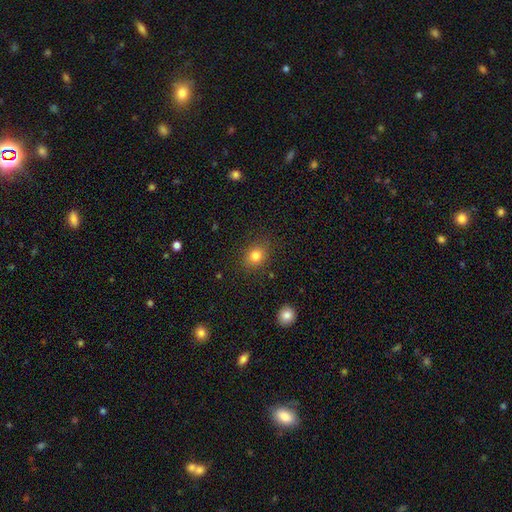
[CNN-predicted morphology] A smooth galaxy with no disk features (81%) that is round (58%). Merging: none (84%).